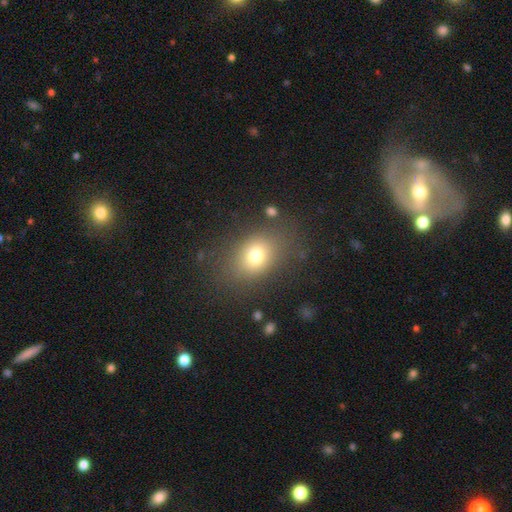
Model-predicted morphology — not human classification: A smooth galaxy with no disk features (73%) that is in between round and cigar-shaped (56%). Merging: none (78%).